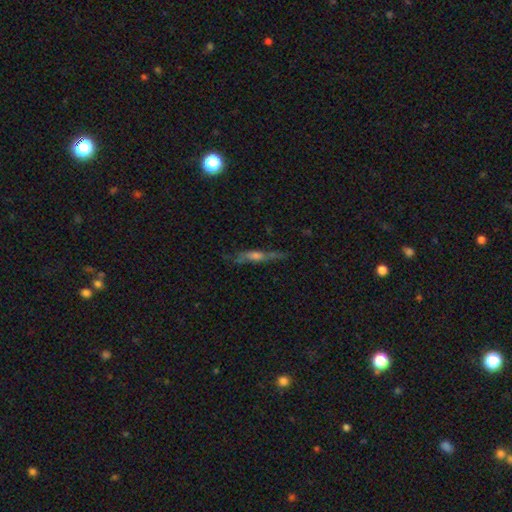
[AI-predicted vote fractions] A featured or disk galaxy (55%) viewed edge-on (83%). Merging: none (66%).